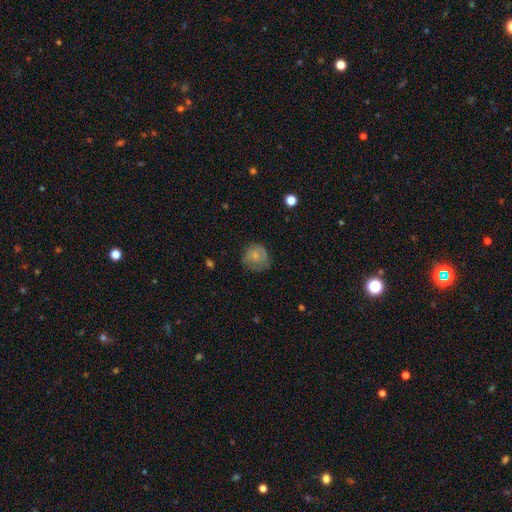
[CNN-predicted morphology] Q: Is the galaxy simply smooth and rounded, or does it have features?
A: smooth — 67%.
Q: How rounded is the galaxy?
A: round — 82%.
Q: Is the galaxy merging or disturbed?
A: none — 61%.